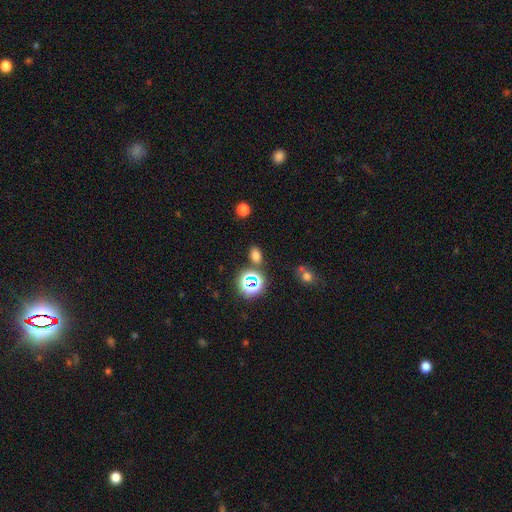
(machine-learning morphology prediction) A smooth galaxy with no disk features (68%) that is in between round and cigar-shaped (76%). Merging: none (81%).